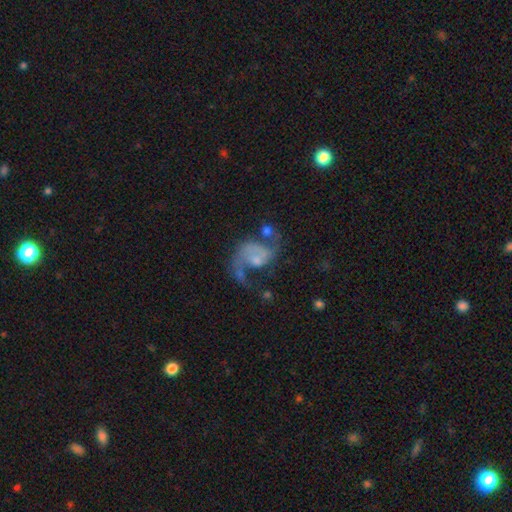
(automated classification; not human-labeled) The model was most divided on "merging": none: 38%, major disturbance: 32%, minor disturbance: 17%, merger: 13%. Remaining: edge-on disk — no (98%); spiral arms — yes (90%); smooth or featured — featured or disk (78%); spiral arm count — 2 (66%); bar — no (62%); spiral winding — loose (52%); bulge size — small (41%).